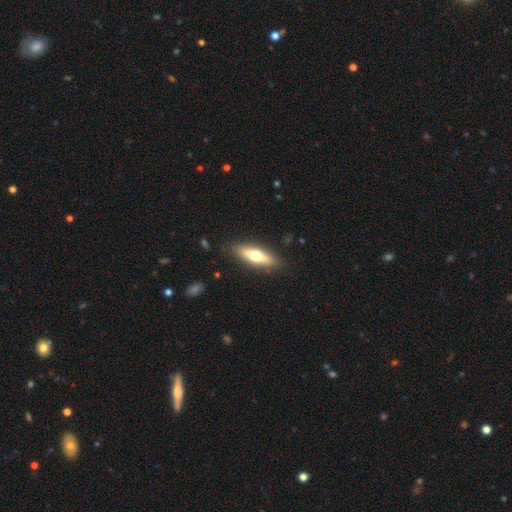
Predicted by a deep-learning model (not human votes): The model was most divided on "smooth or featured": smooth: 53%, featured or disk: 41%, star or artifact: 6%. More confident: merging — none (87%); how rounded — cigar-shaped (56%).